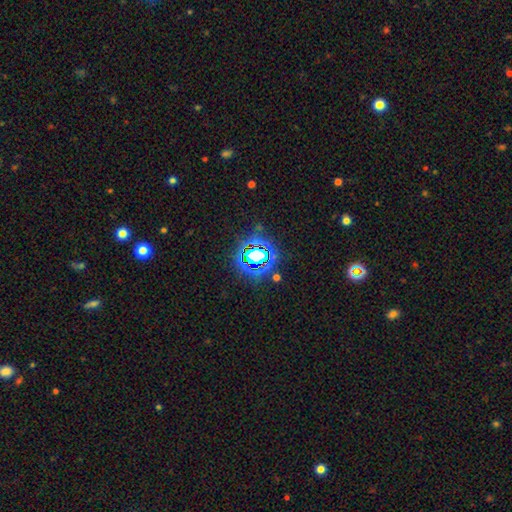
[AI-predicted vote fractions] Smooth or featured?
  - star or artifact: 71% *
  - smooth: 18%
  - featured or disk: 12%